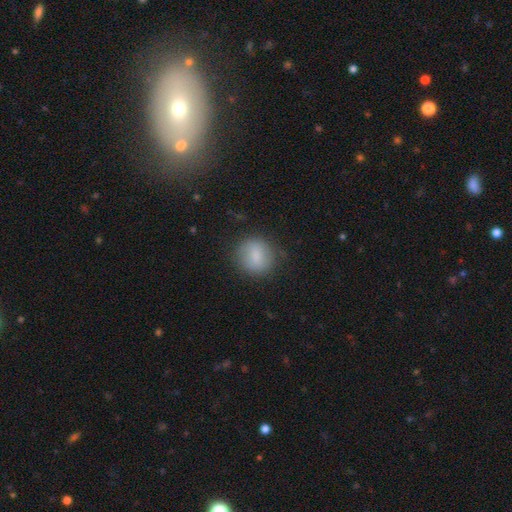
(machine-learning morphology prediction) This appears to be a smooth galaxy with no disk features (81%) that is round (82%). Merging: none (81%).